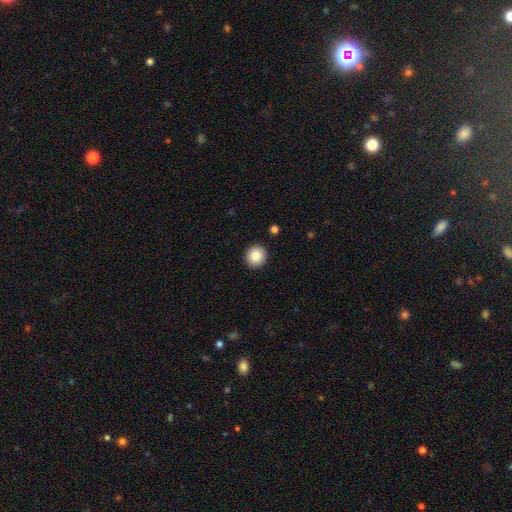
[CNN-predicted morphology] smooth_or_featured: smooth (p=0.86) [alt: star or artifact p=0.08]
how_rounded: round (p=0.86) [alt: in between p=0.13]
merging: none (p=0.92) [alt: minor disturbance p=0.06]